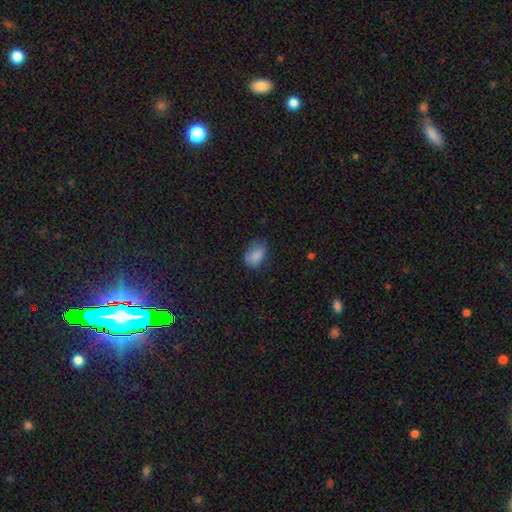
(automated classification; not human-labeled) Smooth or featured? smooth (84%)
How rounded? in between (83%)
Merging? none (62%)